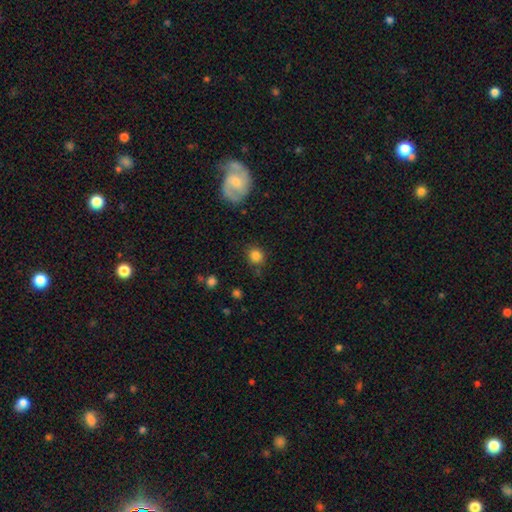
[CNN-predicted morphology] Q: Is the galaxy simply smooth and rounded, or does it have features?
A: smooth — 83%.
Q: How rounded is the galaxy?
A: round — 83%.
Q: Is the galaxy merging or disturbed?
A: none — 83%.